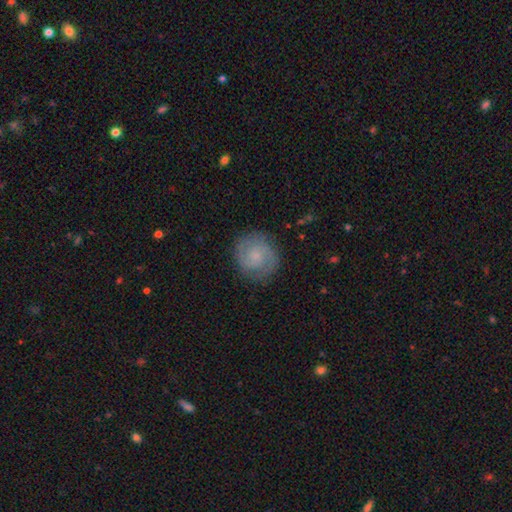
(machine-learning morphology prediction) This is likely a featured or disk galaxy (61%). It is clearly not viewed edge-on (98%). Bar: likely no (61%). Spiral arm pattern: clearly yes (92%). Spiral arm count: likely 2 (79%). Spiral winding: possibly tight (48%). Central bulge: possibly small (45%). Merging: clearly none (83%).